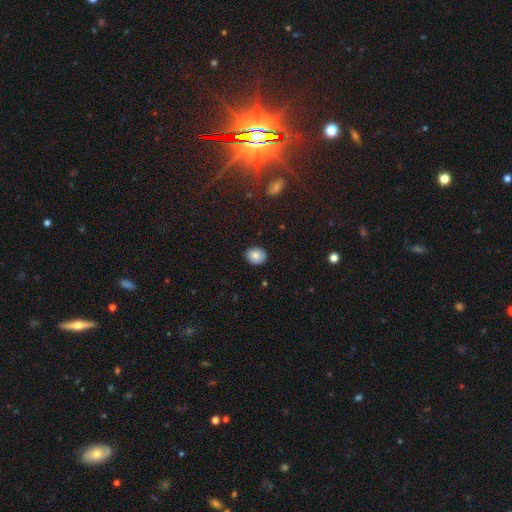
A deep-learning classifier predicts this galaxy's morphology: Smooth or featured? Predicted: smooth (p=0.83). How rounded? Predicted: round (p=0.54). Merging? Predicted: none (p=0.87).